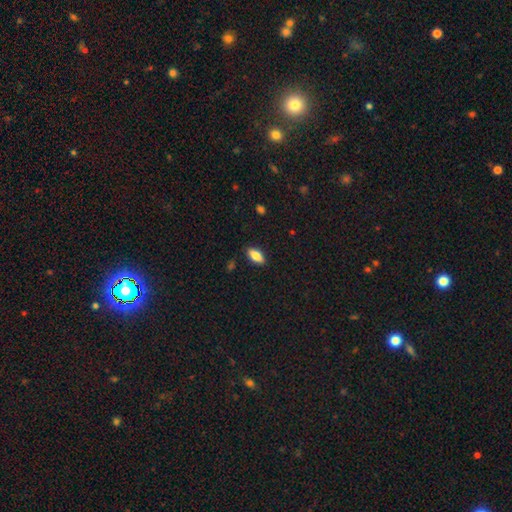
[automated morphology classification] A smooth galaxy with no disk features (83%) that is in between round and cigar-shaped (85%).

Vote fractions:
- Smooth or featured? smooth: 83% / featured or disk: 10% / star or artifact: 7%
- How rounded? in between: 85% / cigar-shaped: 12% / round: 2%
- Merging? none: 87% / minor disturbance: 10% / major disturbance: 2% / merger: 1%